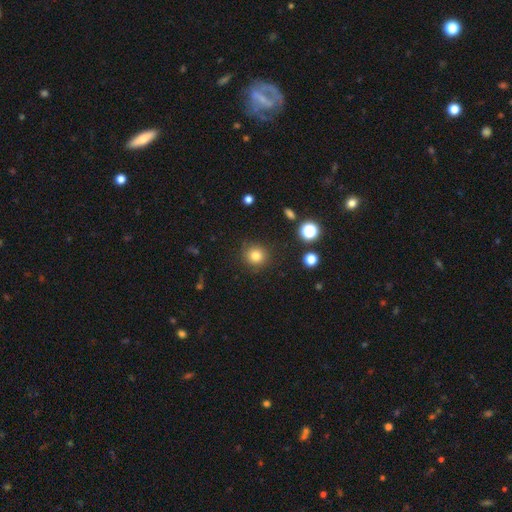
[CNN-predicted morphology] type=smooth (82%); roundness=round (91%); merging=none (87%).